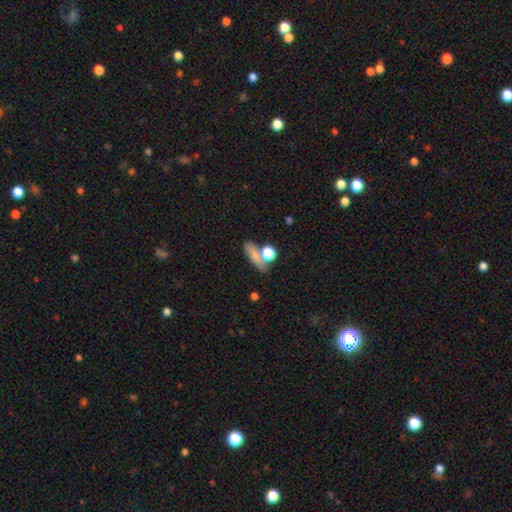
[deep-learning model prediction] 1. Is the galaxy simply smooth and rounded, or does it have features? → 73% smooth, 14% featured or disk, 12% star or artifact.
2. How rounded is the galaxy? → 39% cigar-shaped, 38% in between, 23% round.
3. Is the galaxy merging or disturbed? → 55% none, 22% merger, 15% minor disturbance, 8% major disturbance.